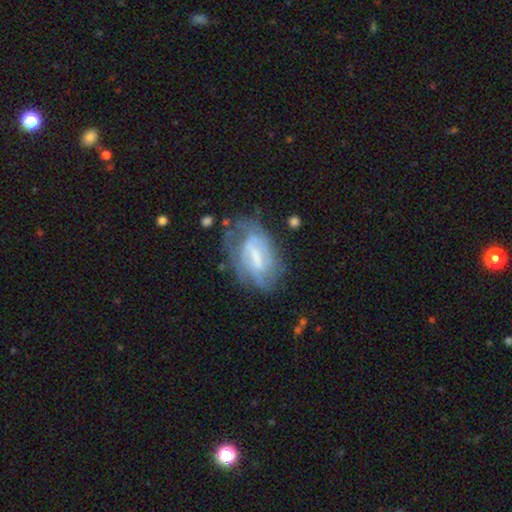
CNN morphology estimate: Overall: featured or disk (67%). Edge-on disk: no (94%). Bar: weak (47%; strong 34%). Spiral arms: yes (66%; no 34%). Bulge size: moderate (33%; small 31%). Merging: none (50%; minor disturbance 28%).